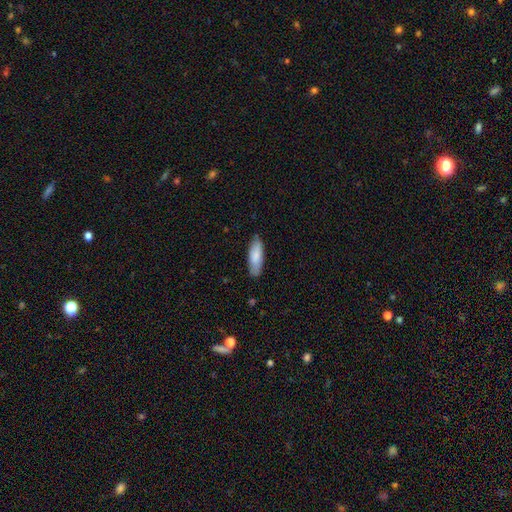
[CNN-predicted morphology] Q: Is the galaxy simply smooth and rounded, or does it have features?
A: smooth — 82%.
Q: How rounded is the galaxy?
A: in between — 57%.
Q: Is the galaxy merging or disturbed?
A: none — 83%.